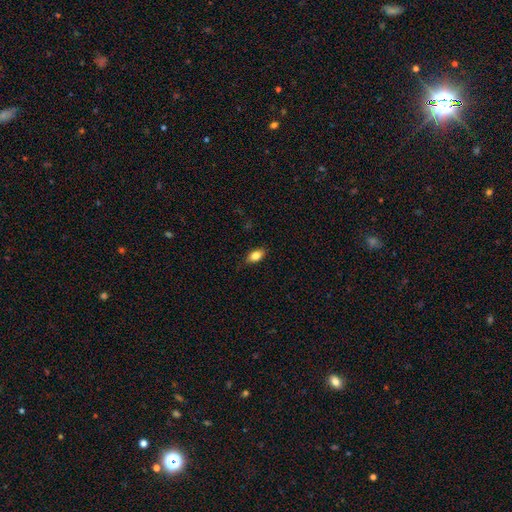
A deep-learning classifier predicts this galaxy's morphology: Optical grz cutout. It shows a smooth galaxy with no disk features (82%) that is in between round and cigar-shaped (87%). Merging: none (84%).